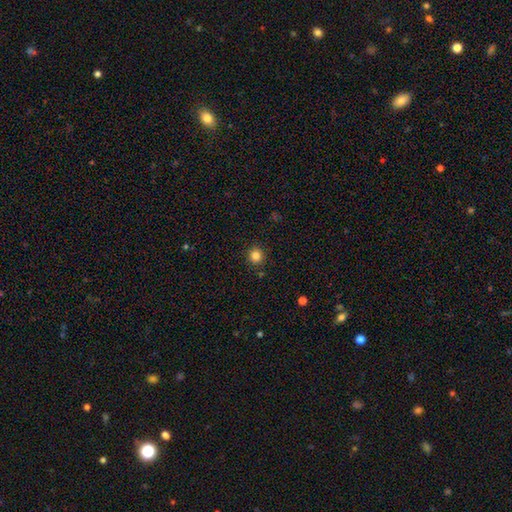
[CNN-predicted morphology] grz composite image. It shows a smooth galaxy with no disk features (83%) that is round (91%). Merging: none (90%).